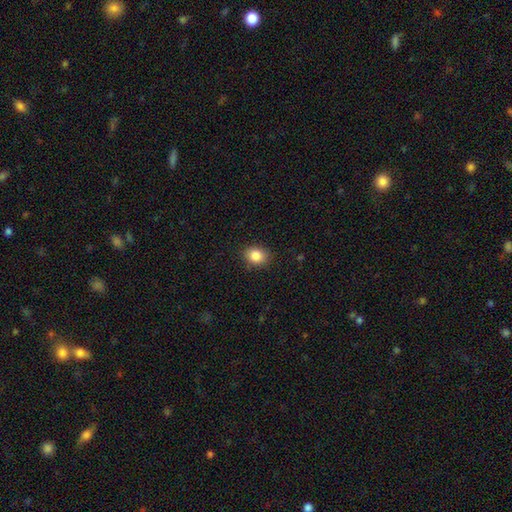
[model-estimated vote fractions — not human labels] A smooth galaxy with no disk features (86%) that is round (51%). Merging: none (86%).